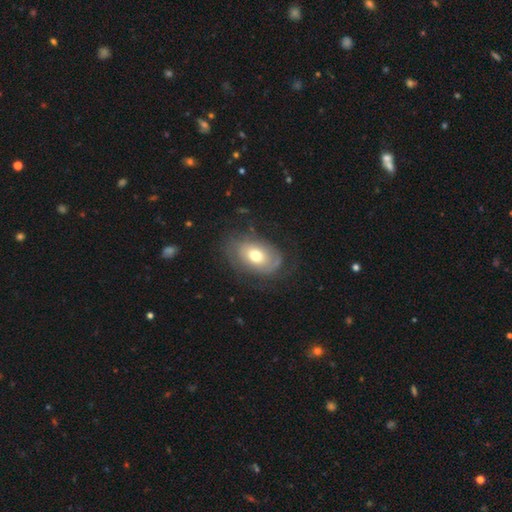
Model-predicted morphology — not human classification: A smooth galaxy with no disk features (53%) that is in between round and cigar-shaped (80%). Merging: none (66%).